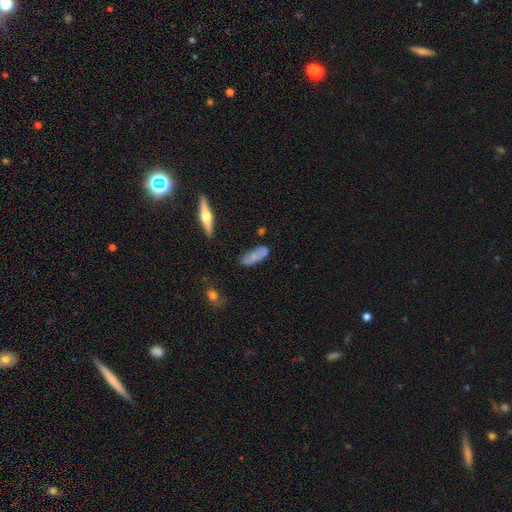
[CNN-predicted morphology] A smooth galaxy with no disk features (60%) that is in between round and cigar-shaped (60%). Merging: none (60%).